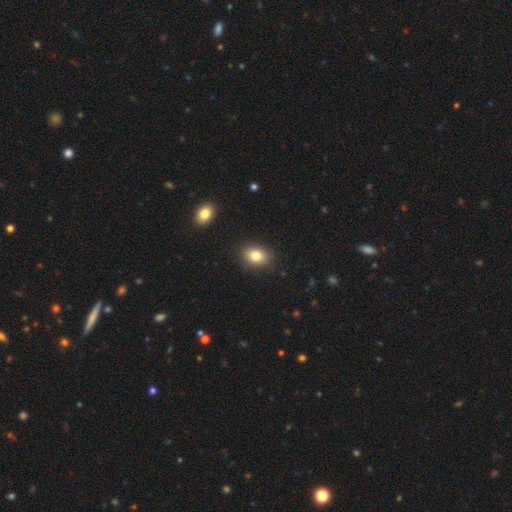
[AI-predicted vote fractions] Smooth or featured: smooth — 82% (star or artifact — 10%)
How rounded: in between — 65% (round — 34%)
Merging: none — 87% (minor disturbance — 9%)